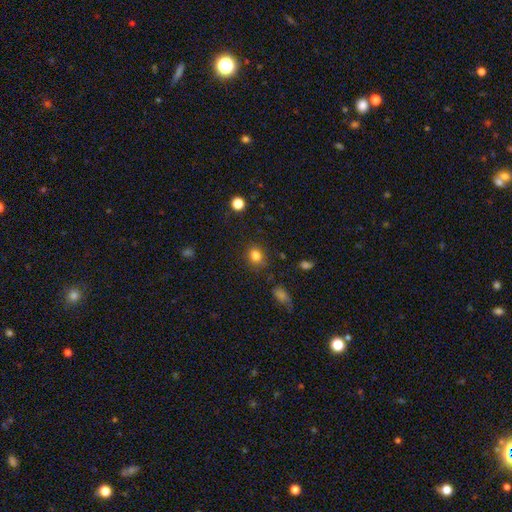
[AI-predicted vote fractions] The model was most divided on "how rounded": round: 65%, in between: 34%, cigar-shaped: 1%. More confident: smooth or featured — smooth (82%); merging — none (80%).